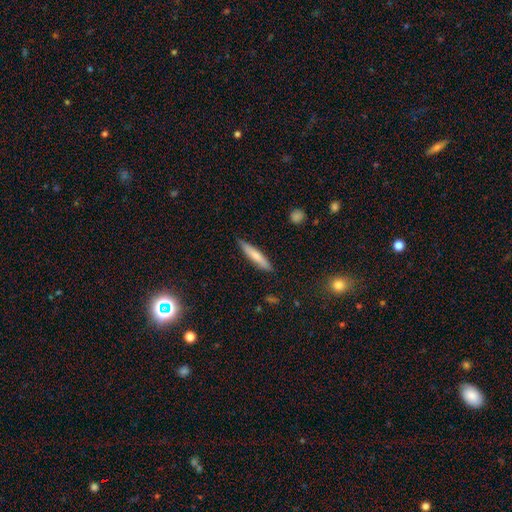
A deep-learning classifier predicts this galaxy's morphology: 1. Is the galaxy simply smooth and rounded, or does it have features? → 69% smooth, 25% featured or disk, 6% star or artifact.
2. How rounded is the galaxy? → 89% cigar-shaped, 9% in between, 1% round.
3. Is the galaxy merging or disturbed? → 86% none, 11% minor disturbance, 2% major disturbance, 1% merger.